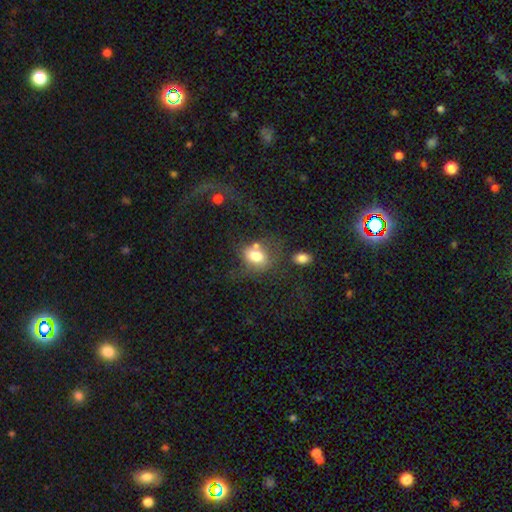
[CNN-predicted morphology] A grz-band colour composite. It shows a smooth galaxy with no disk features (74%) that is in between round and cigar-shaped (58%). Merging: none (42%).